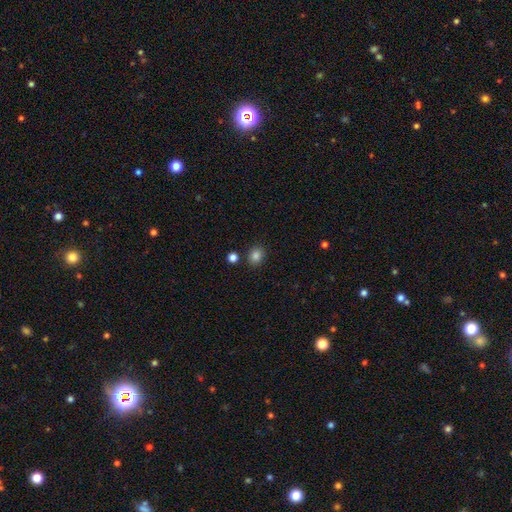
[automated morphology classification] Smooth or featured?
  - smooth: 84% *
  - star or artifact: 11%
  - featured or disk: 4%
How rounded?
  - round: 67% *
  - in between: 33%
  - cigar-shaped: 1%
Merging?
  - none: 84% *
  - minor disturbance: 9%
  - merger: 5%
  - major disturbance: 2%